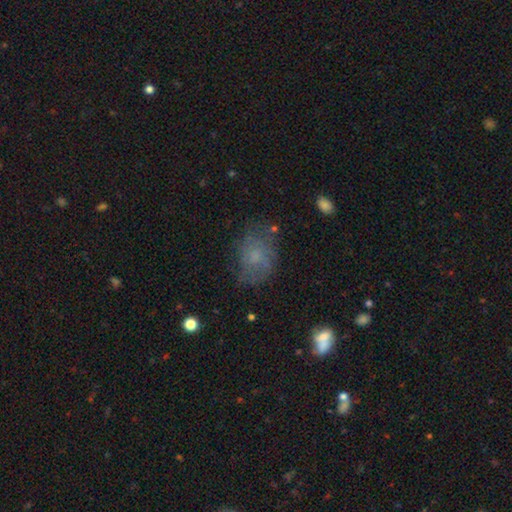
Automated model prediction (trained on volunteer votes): Smooth or featured? Predicted: smooth (p=0.55). How rounded? Predicted: in between (p=0.67). Merging? Predicted: none (p=0.58).